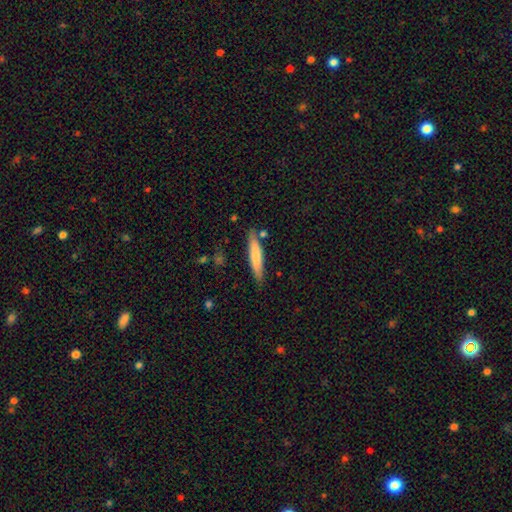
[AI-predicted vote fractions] This is likely a smooth galaxy (75%). How rounded: clearly cigar-shaped (89%). Merging: clearly none (82%).